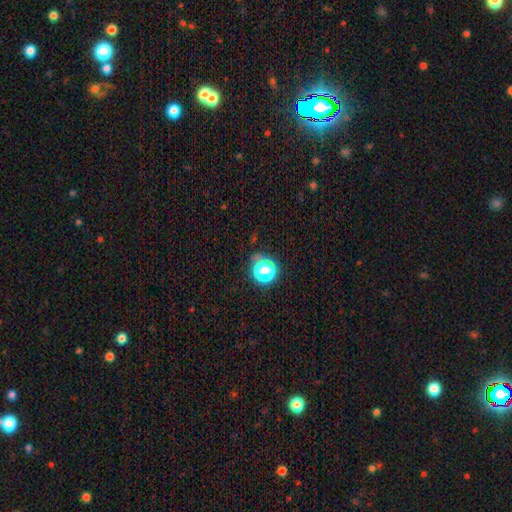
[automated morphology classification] This appears to be a smooth galaxy with no disk features (53%) that is round (85%). Merging: none (73%).